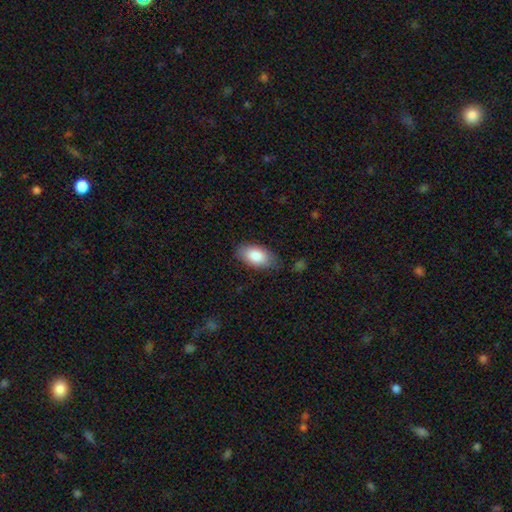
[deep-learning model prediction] Morphology: type=smooth (86%); roundness=in between (94%); merging=none (76%).